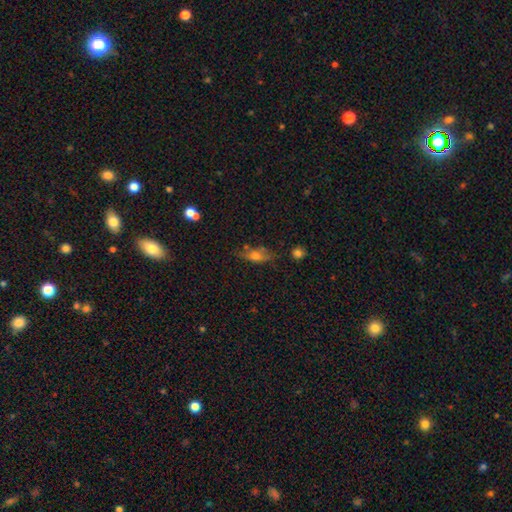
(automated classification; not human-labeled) Smooth or featured?
  - smooth: 53% *
  - featured or disk: 35%
  - star or artifact: 12%
How rounded?
  - in between: 62% *
  - cigar-shaped: 31%
  - round: 7%
Merging?
  - none: 64% *
  - minor disturbance: 22%
  - major disturbance: 8%
  - merger: 6%